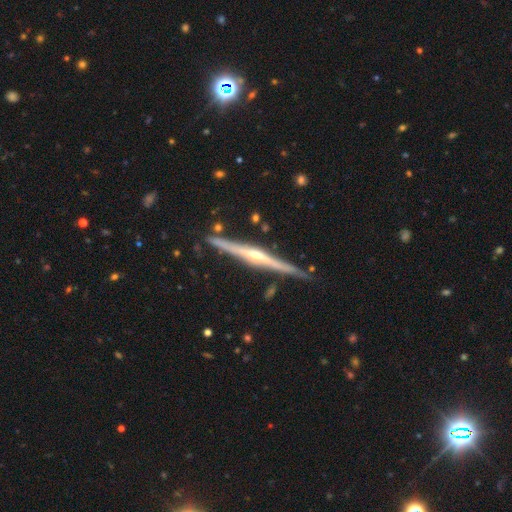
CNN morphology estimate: This appears to be a featured or disk galaxy (83%) viewed edge-on (98%) with a rounded central bulge (77%). Merging: none (85%).